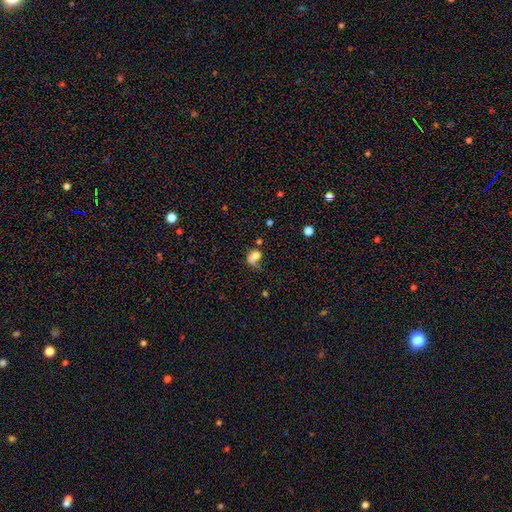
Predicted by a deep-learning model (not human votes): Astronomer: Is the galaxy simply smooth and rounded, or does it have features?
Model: smooth — 67%.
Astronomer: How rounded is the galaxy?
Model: round — 52% (runner-up: in between, 46%).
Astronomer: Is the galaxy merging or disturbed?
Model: merger — 36% (runner-up: none, 26%).